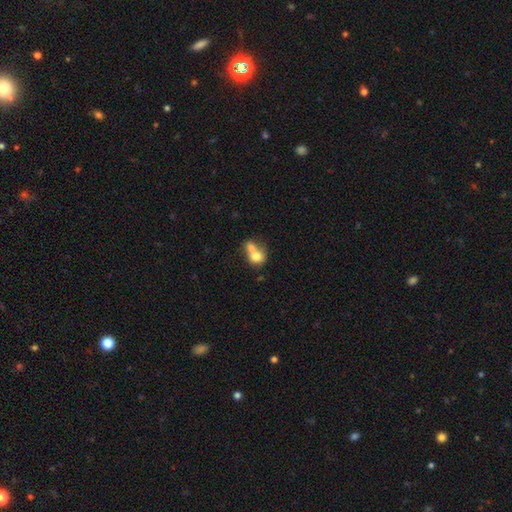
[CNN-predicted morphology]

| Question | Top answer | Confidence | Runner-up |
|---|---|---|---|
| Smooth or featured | smooth | 72% | featured or disk (19%) |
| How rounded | round | 61% | in between (38%) |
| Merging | merger | 68% | none (21%) |